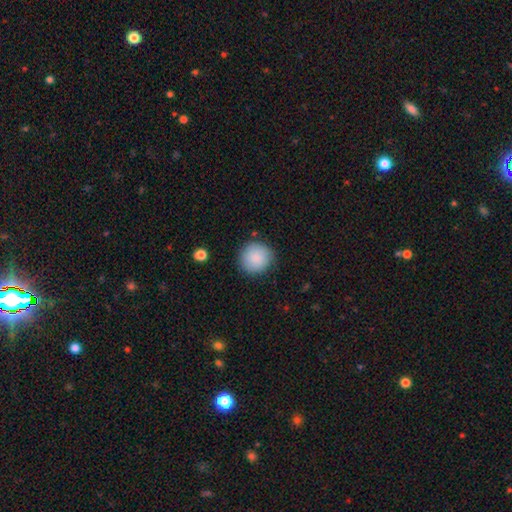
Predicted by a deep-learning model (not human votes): This appears to be a smooth galaxy with no disk features (88%) that is round (93%). Merging: none (86%).